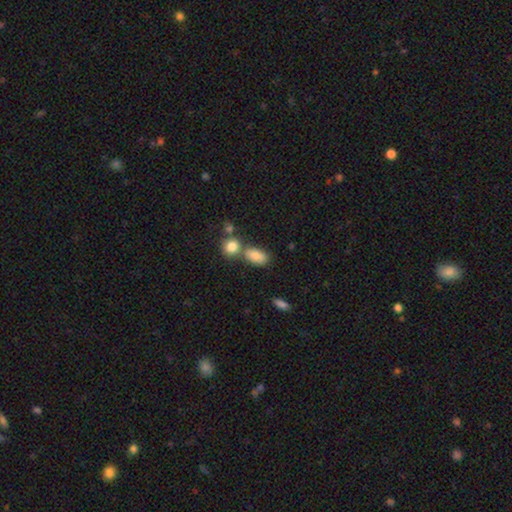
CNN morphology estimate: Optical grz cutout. It shows a smooth galaxy with no disk features (82%) that is in between round and cigar-shaped (87%). Merging: none (54%).